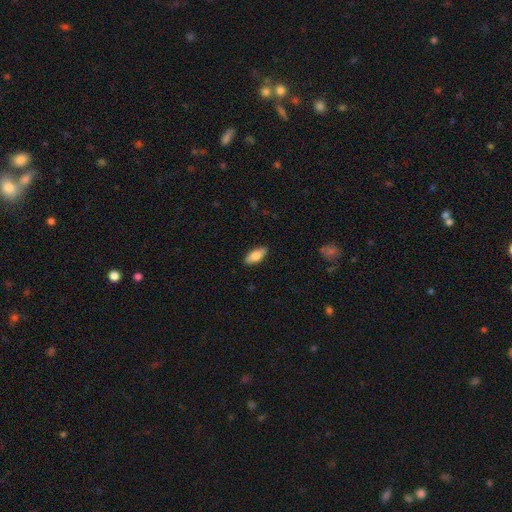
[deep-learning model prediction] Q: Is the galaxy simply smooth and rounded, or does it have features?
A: smooth — 80%.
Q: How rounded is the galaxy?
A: in between — 81%.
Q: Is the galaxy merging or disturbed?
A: none — 88%.